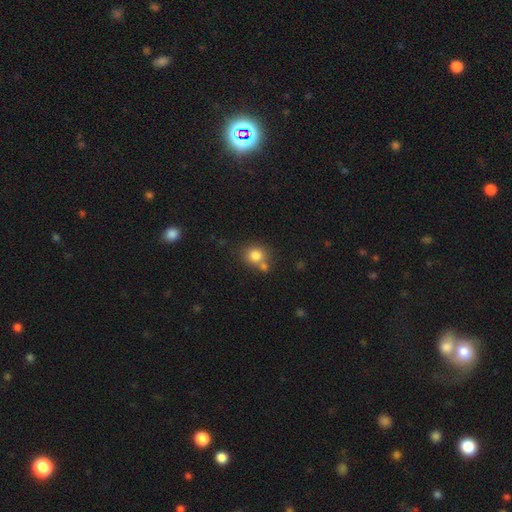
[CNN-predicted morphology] Smooth or featured?
  - smooth: 80% *
  - star or artifact: 11%
  - featured or disk: 9%
How rounded?
  - round: 80% *
  - in between: 19%
  - cigar-shaped: 1%
Merging?
  - none: 57% *
  - merger: 28%
  - minor disturbance: 11%
  - major disturbance: 4%